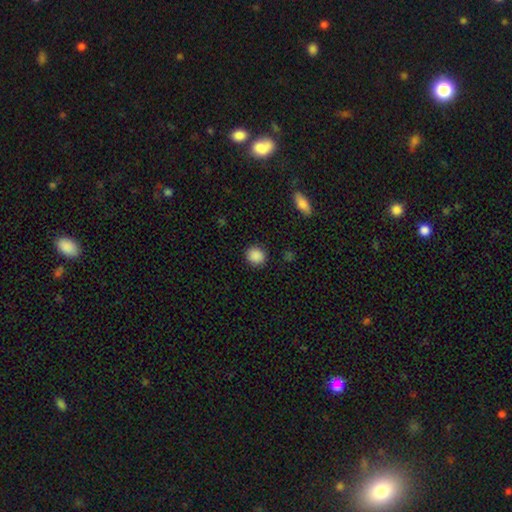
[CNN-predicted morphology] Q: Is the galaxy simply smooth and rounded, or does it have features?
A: smooth — 88%.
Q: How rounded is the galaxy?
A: round — 81%.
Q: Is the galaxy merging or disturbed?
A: none — 89%.